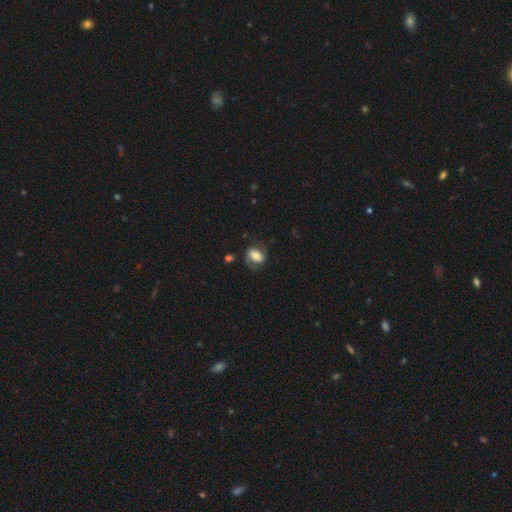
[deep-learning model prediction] smooth_or_featured: smooth (p=0.59) [alt: featured or disk p=0.33]
how_rounded: in between (p=0.80) [alt: round p=0.17]
merging: none (p=0.64) [alt: minor disturbance p=0.22]